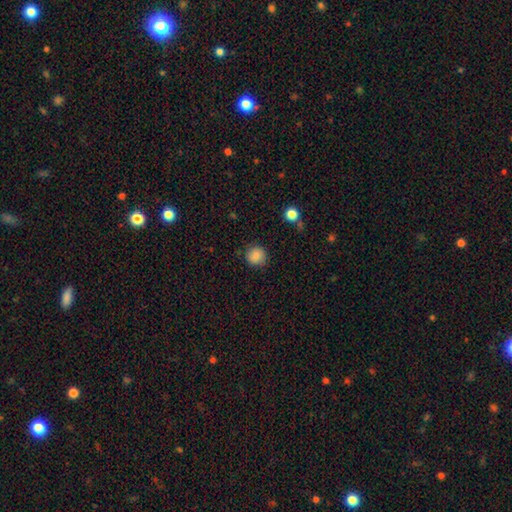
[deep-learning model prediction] Smooth or featured? Predicted: smooth (p=0.86). How rounded? Predicted: round (p=0.91). Merging? Predicted: none (p=0.85).